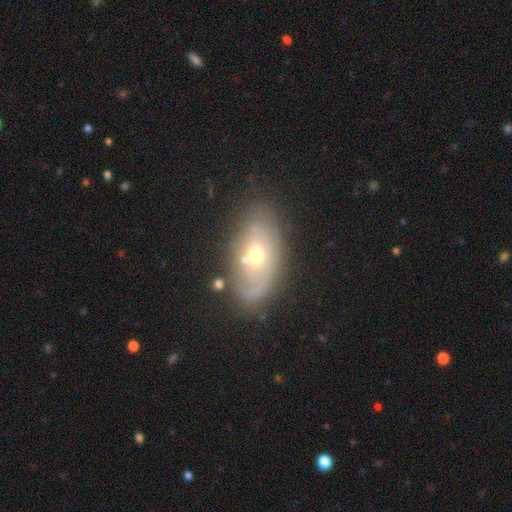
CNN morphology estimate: smooth_or_featured: featured or disk (p=0.59) [alt: smooth p=0.32]
disk_edge_on: no (p=0.88) [alt: yes p=0.12]
bar: no (p=0.83) [alt: weak p=0.14]
has_spiral_arms: yes (p=0.53) [alt: no p=0.47]
bulge_size: moderate (p=0.59) [alt: small p=0.36]
merging: none (p=0.68) [alt: minor disturbance p=0.19]